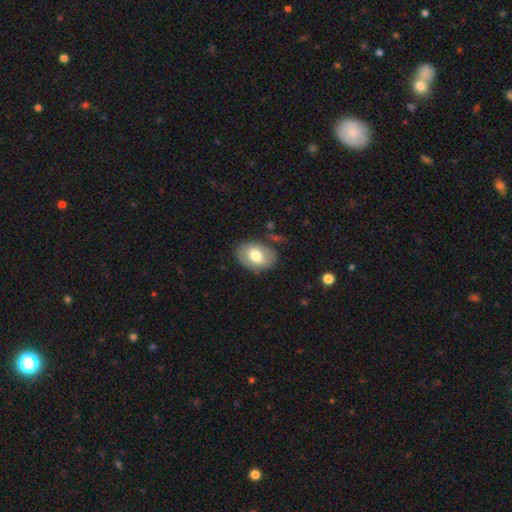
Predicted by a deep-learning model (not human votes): The model was most divided on "smooth or featured": smooth: 67%, featured or disk: 26%, star or artifact: 7%. More confident: how rounded — in between (81%); merging — none (80%).